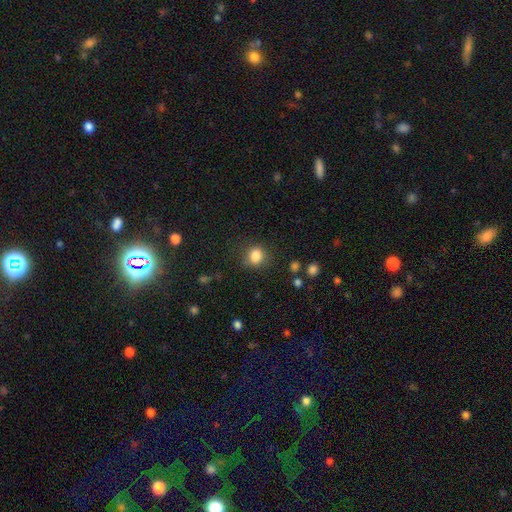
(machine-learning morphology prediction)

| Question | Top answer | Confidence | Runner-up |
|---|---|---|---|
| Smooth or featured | smooth | 84% | star or artifact (11%) |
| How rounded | round | 72% | in between (27%) |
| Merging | none | 78% | minor disturbance (14%) |